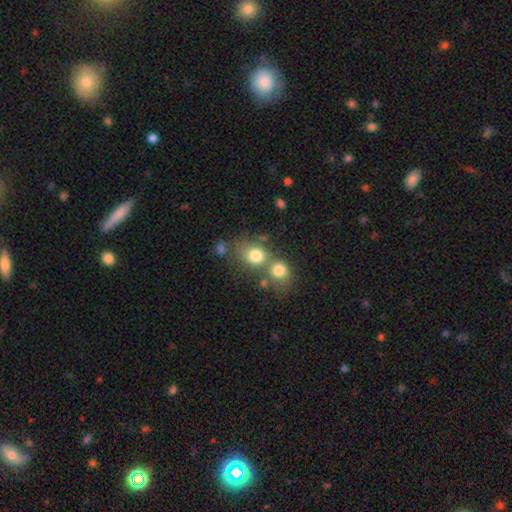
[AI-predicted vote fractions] Q: Smooth or featured?
A: smooth (78%); runner-up: star or artifact (11%)
Q: How rounded?
A: round (68%); runner-up: in between (31%)
Q: Merging?
A: merger (44%); runner-up: none (40%)